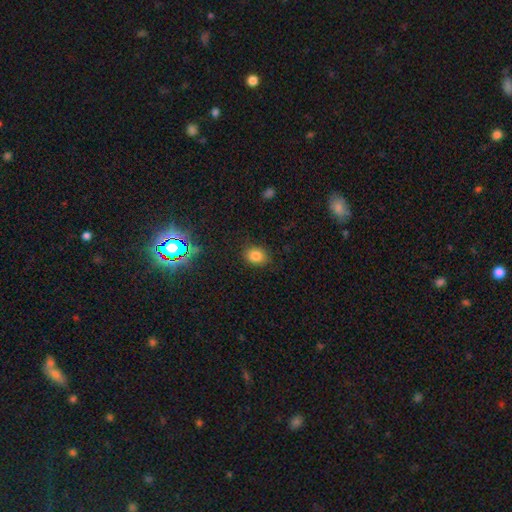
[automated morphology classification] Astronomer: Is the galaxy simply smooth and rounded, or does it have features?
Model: smooth — 80%.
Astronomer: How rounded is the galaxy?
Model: in between — 53% (runner-up: round, 46%).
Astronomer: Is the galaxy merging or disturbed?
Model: none — 83%.